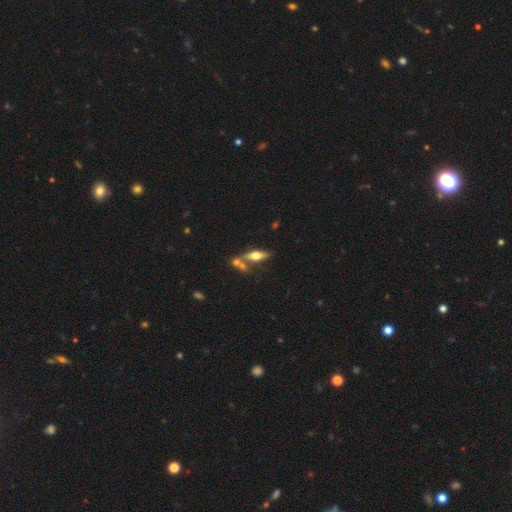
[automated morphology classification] Smooth or featured: featured or disk — 52% (smooth — 40%)
Edge-on disk: yes — 86% (no — 14%)
Merging: none — 55% (merger — 27%)